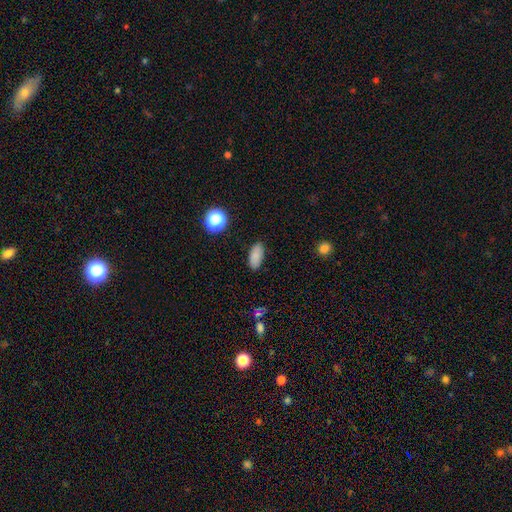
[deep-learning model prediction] A smooth galaxy with no disk features (85%) that is in between round and cigar-shaped (89%).

Vote fractions:
- Smooth or featured? smooth: 85% / star or artifact: 10% / featured or disk: 5%
- How rounded? in between: 89% / cigar-shaped: 7% / round: 4%
- Merging? none: 88% / minor disturbance: 9% / major disturbance: 2% / merger: 1%